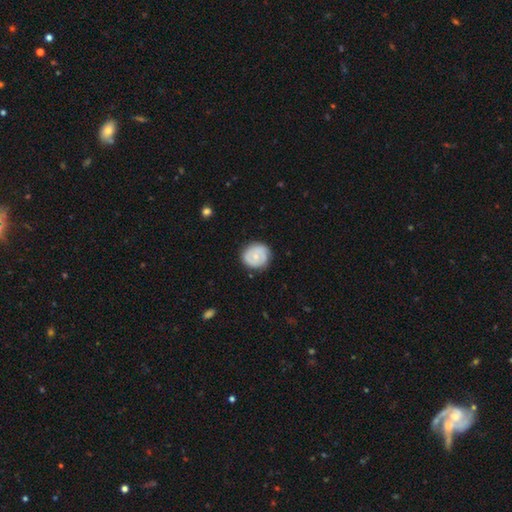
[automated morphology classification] A smooth galaxy with no disk features (51%) that is round (86%).

Vote fractions:
- Smooth or featured? smooth: 51% / featured or disk: 43% / star or artifact: 6%
- How rounded? round: 86% / in between: 13% / cigar-shaped: 1%
- Merging? none: 82% / minor disturbance: 14% / major disturbance: 3% / merger: 1%